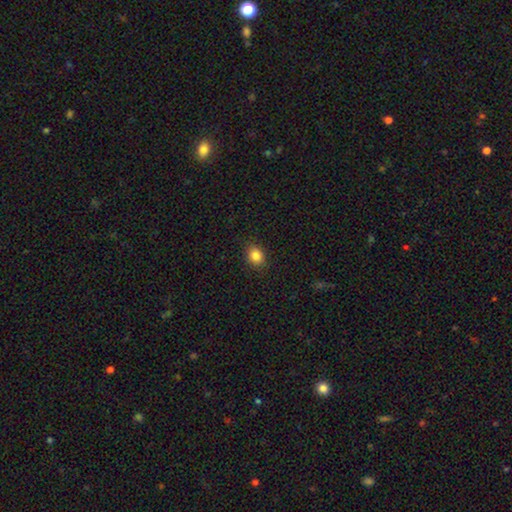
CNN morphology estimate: This is clearly a smooth galaxy (85%). How rounded: possibly in between (51%). Merging: clearly none (89%).